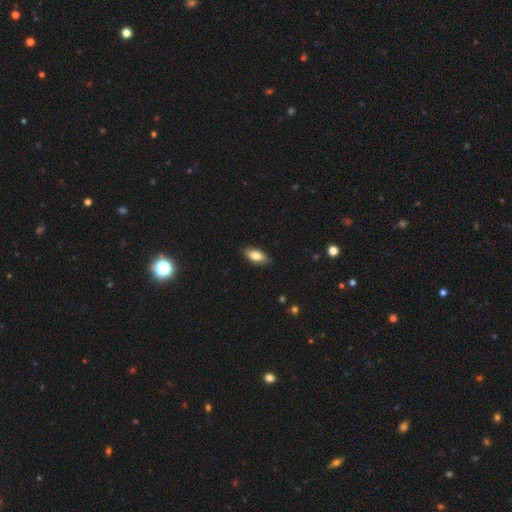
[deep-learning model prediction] smooth 78%, featured or disk 15%, star or artifact 7%. Down the decision tree: how rounded — in between (85%); merging — none (83%).